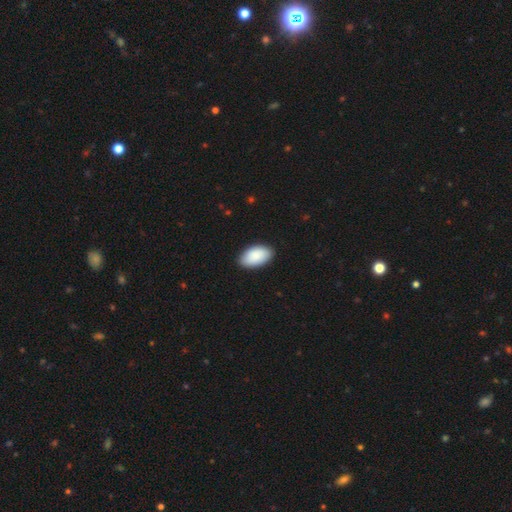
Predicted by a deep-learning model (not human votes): smooth 91%, star or artifact 5%, featured or disk 4%. Down the decision tree: how rounded — in between (96%); merging — none (88%).